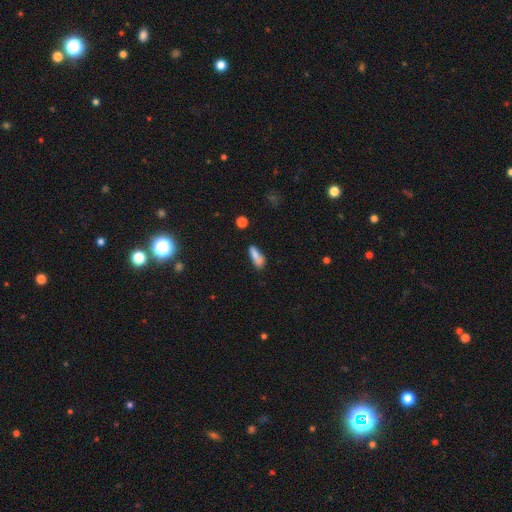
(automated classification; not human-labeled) Smooth or featured? smooth (81%)
How rounded? in between (50%)
Merging? none (60%)